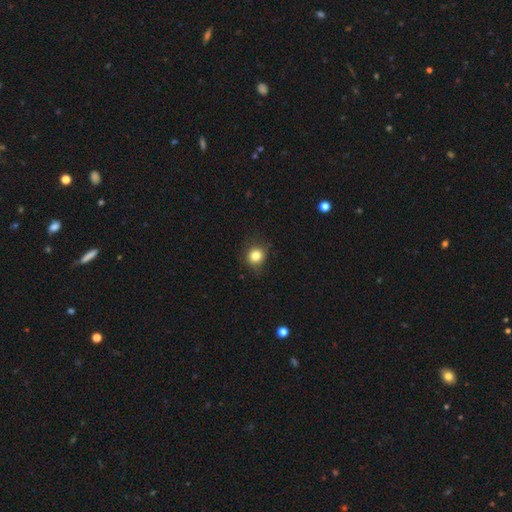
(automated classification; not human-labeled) smooth_or_featured: smooth (p=0.82) [alt: star or artifact p=0.12]
how_rounded: round (p=0.84) [alt: in between p=0.15]
merging: none (p=0.77) [alt: minor disturbance p=0.18]